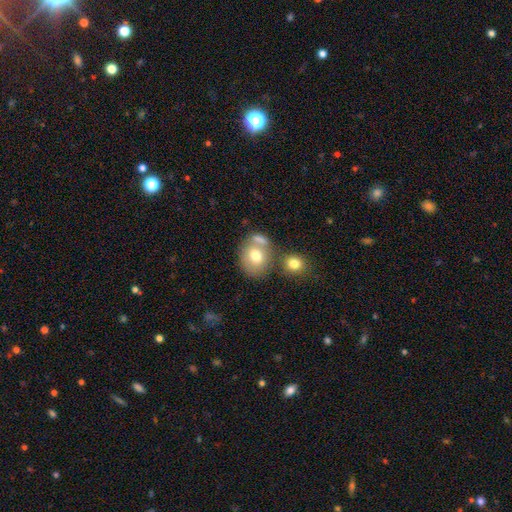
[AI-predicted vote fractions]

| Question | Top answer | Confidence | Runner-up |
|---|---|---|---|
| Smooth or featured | smooth | 72% | featured or disk (19%) |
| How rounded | round | 60% | in between (39%) |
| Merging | none | 49% | merger (32%) |